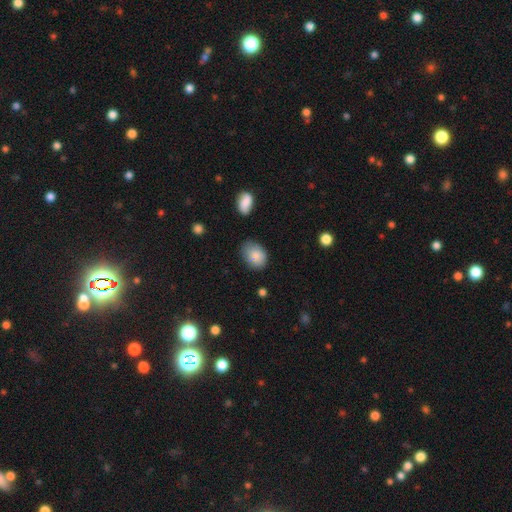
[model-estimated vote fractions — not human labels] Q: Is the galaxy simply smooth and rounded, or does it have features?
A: smooth — 85%.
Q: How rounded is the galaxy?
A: in between — 72%.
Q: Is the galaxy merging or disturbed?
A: none — 68%.